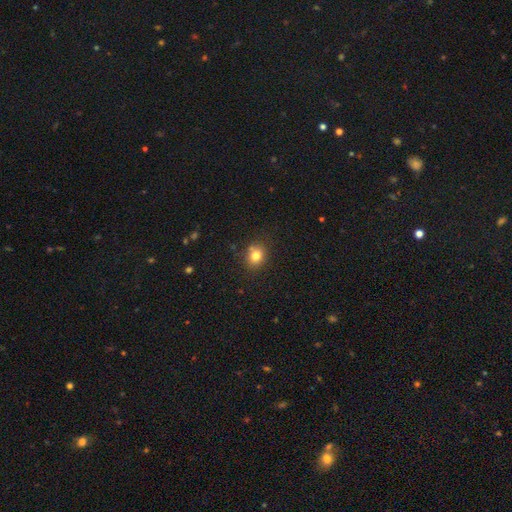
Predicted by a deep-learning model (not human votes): This appears to be a smooth galaxy with no disk features (80%) that is round (65%). Merging: none (80%).